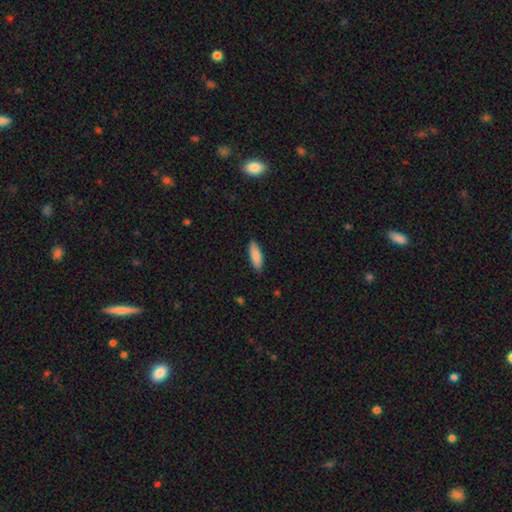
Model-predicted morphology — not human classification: This appears to be a smooth galaxy with no disk features (88%) that is in between round and cigar-shaped (58%). Merging: none (88%).